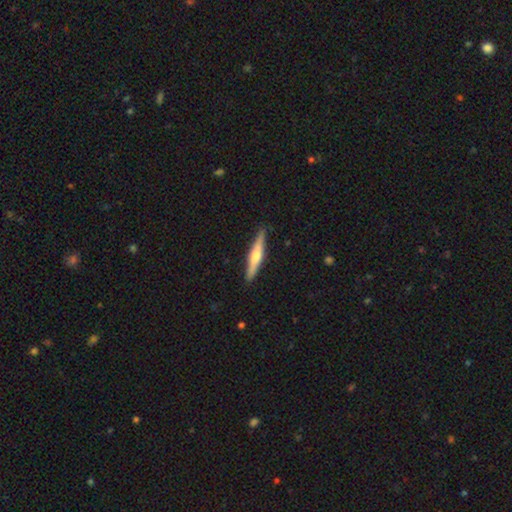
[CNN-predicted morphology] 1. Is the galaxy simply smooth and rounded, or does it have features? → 56% featured or disk, 39% smooth, 5% star or artifact.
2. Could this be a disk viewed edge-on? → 96% yes, 4% no.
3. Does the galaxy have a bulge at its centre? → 82% rounded, 9% none, 9% boxy.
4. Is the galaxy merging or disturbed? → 90% none, 8% minor disturbance, 1% major disturbance, 1% merger.